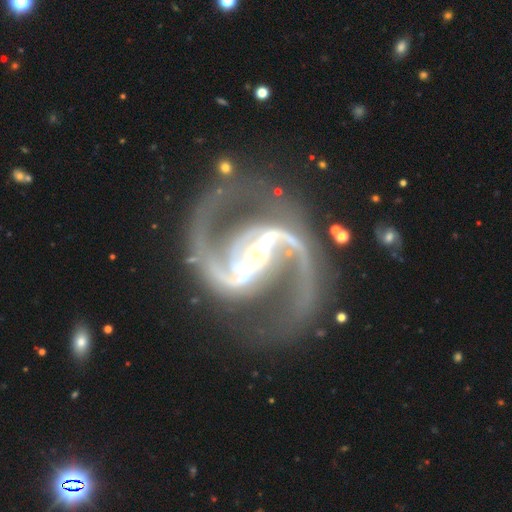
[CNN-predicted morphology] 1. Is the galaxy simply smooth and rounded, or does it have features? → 94% featured or disk, 4% star or artifact, 2% smooth.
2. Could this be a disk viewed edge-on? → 98% no, 2% yes.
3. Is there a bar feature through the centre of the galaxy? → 68% strong, 23% weak, 9% no.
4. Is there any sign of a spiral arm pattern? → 99% yes, 1% no.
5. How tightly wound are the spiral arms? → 63% medium, 25% loose, 12% tight.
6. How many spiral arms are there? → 90% 2, 4% 3, 2% can't tell, 1% 4, 1% 1, 1% more than 4.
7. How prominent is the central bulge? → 77% small, 18% moderate, 2% large, 2% none, 1% dominant.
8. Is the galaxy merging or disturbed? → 74% none, 13% minor disturbance, 10% major disturbance, 3% merger.